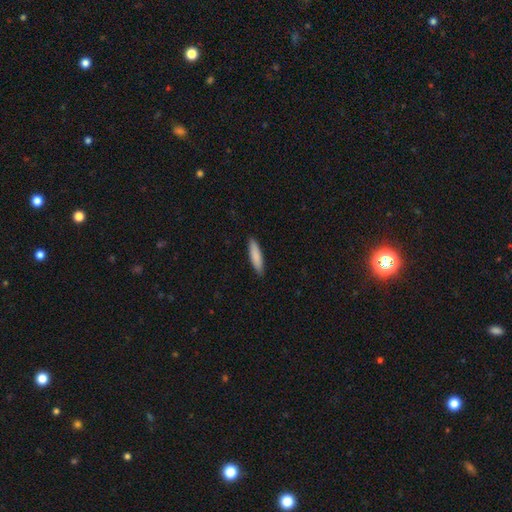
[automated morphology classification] Smooth or featured?
  - smooth: 86% *
  - featured or disk: 9%
  - star or artifact: 5%
How rounded?
  - cigar-shaped: 78% *
  - in between: 21%
  - round: 1%
Merging?
  - none: 90% *
  - minor disturbance: 8%
  - major disturbance: 1%
  - merger: 1%